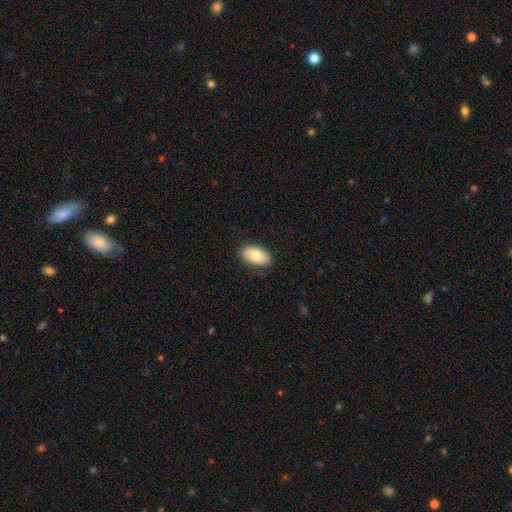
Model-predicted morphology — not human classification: A smooth galaxy with no disk features (75%) that is in between round and cigar-shaped (93%). Merging: none (85%).